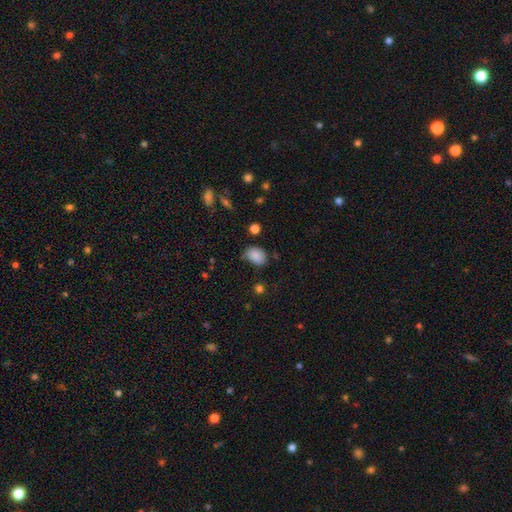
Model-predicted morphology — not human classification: smooth 85%, star or artifact 10%, featured or disk 6%. Down the decision tree: how rounded — in between (70%); merging — none (58%).